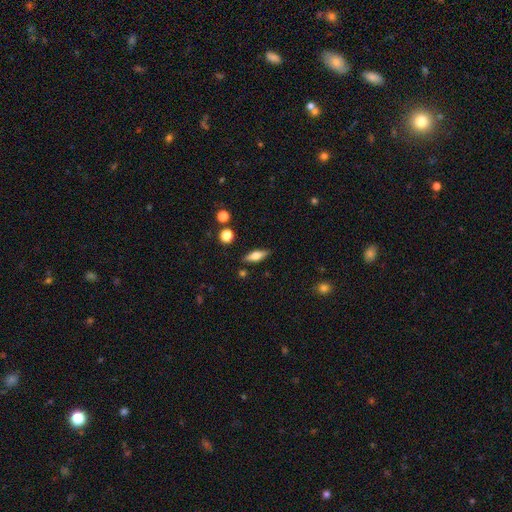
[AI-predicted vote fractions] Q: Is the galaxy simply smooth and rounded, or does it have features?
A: smooth — 55%.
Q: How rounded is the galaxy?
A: in between — 56%.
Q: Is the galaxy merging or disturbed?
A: none — 85%.